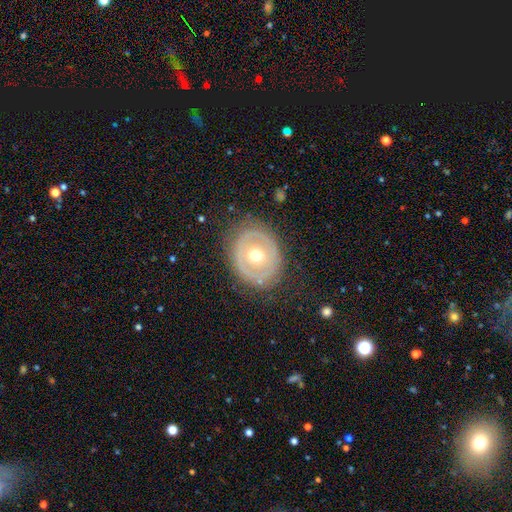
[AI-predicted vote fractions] This is likely a featured or disk galaxy (61%). It is clearly not viewed edge-on (94%). Bar: clearly no (83%). Spiral arm pattern: likely no (80%). Central bulge: likely moderate (76%). Merging: likely none (79%).